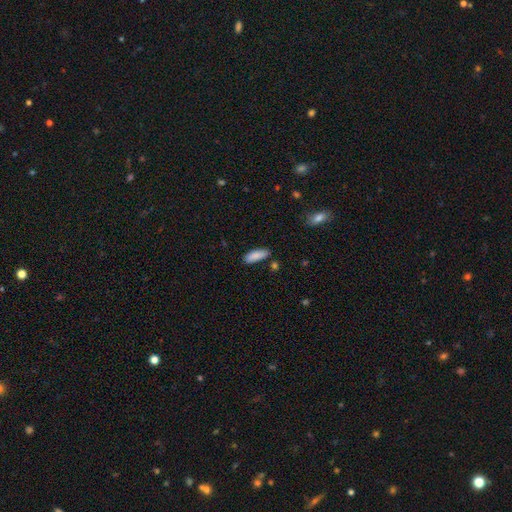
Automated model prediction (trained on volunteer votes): Morphology: type=smooth (88%); roundness=in between (66%); merging=none (80%).